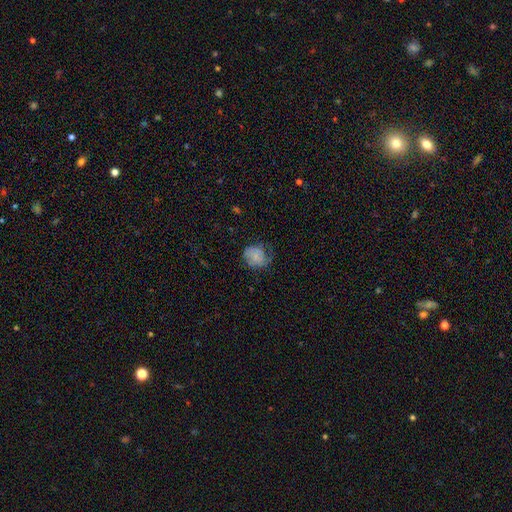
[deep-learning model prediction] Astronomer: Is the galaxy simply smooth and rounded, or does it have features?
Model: smooth — 64%.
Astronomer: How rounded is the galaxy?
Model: round — 64%.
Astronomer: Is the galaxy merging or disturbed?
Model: none — 47% (runner-up: minor disturbance, 32%).